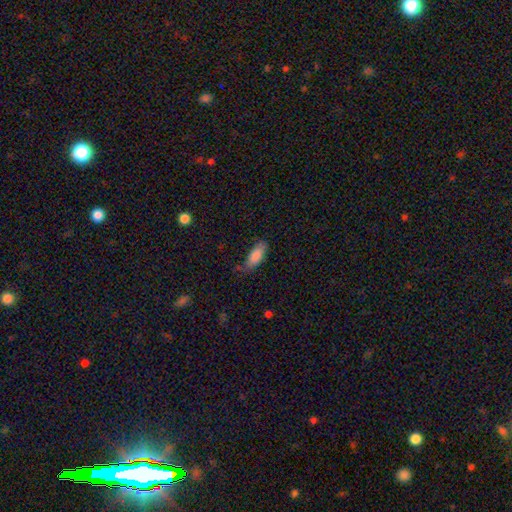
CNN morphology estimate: smooth_or_featured: smooth (p=0.85) [alt: featured or disk p=0.09]
how_rounded: in between (p=0.76) [alt: cigar-shaped p=0.22]
merging: none (p=0.56) [alt: minor disturbance p=0.33]